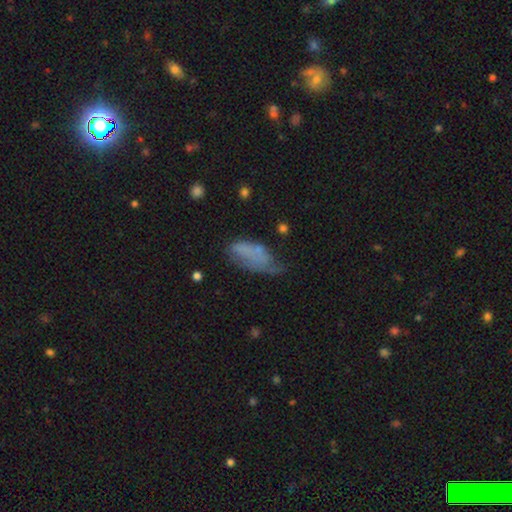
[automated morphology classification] Q: Smooth or featured?
A: smooth (58%); runner-up: featured or disk (31%)
Q: How rounded?
A: in between (86%); runner-up: cigar-shaped (10%)
Q: Merging?
A: major disturbance (34%); runner-up: minor disturbance (32%)